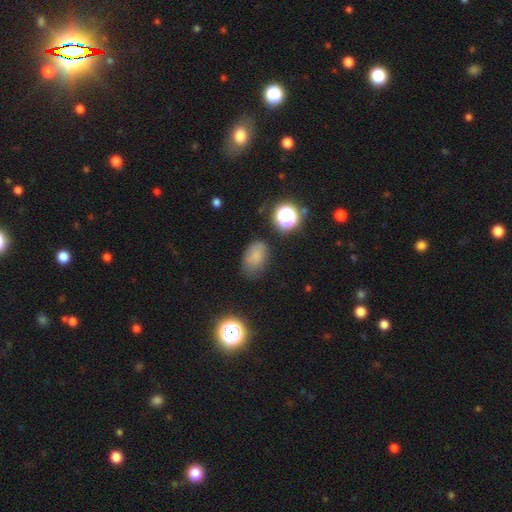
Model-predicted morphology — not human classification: type=smooth (76%); roundness=in between (83%); merging=none (66%).